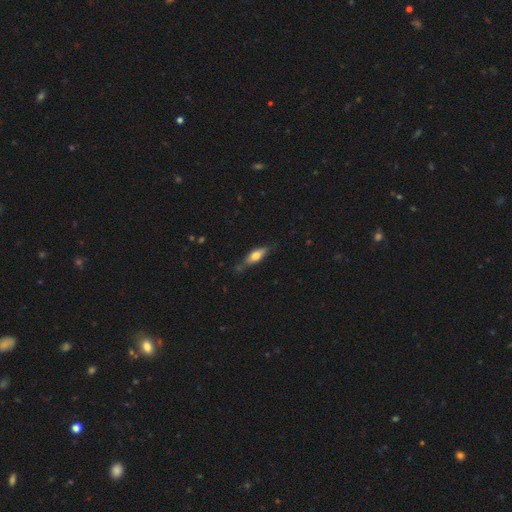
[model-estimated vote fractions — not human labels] This appears to be a smooth galaxy with no disk features (59%) that is in between round and cigar-shaped (54%). Merging: none (68%).